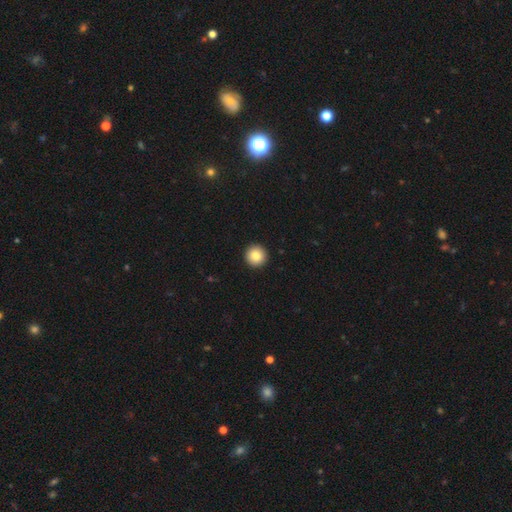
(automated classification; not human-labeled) Smooth or featured? smooth (85%)
How rounded? round (96%)
Merging? none (94%)